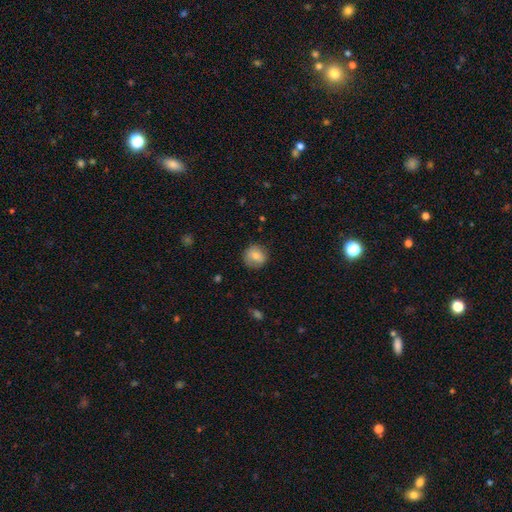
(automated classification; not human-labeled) Overall: smooth (77%). How rounded: round (89%). Merging: none (82%).